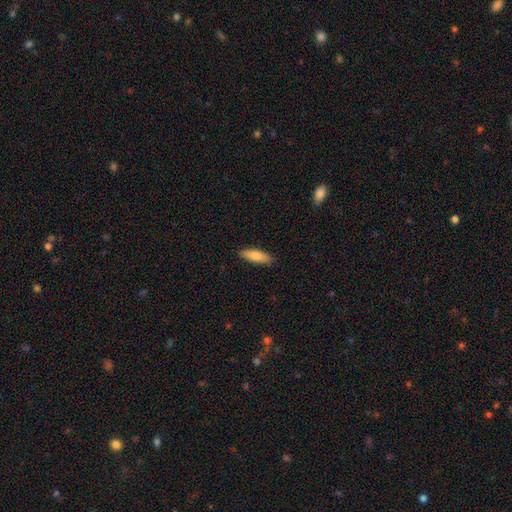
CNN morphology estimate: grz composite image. It shows a smooth galaxy with no disk features (79%) that is in between round and cigar-shaped (56%). Merging: none (88%).